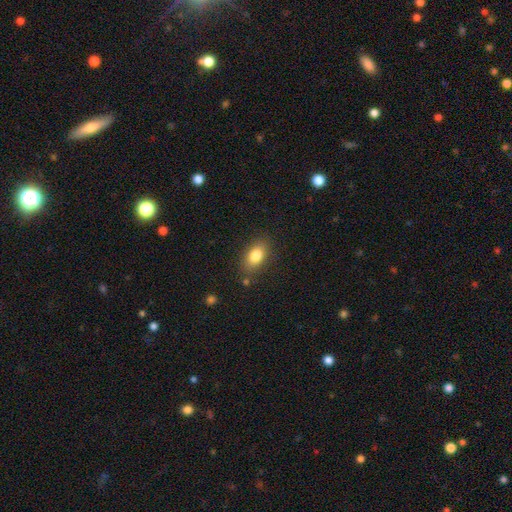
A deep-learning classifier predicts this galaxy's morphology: The model was most divided on "merging": none: 82%, minor disturbance: 12%, major disturbance: 3%, merger: 3%. More confident: how rounded — in between (85%); smooth or featured — smooth (81%).